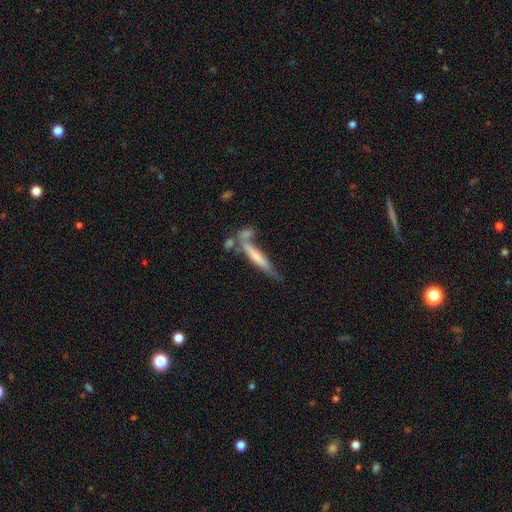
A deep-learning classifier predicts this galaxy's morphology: Smooth or featured?
  - smooth: 54% *
  - featured or disk: 39%
  - star or artifact: 7%
How rounded?
  - cigar-shaped: 90% *
  - in between: 8%
  - round: 1%
Merging?
  - none: 45% *
  - merger: 27%
  - minor disturbance: 18%
  - major disturbance: 9%